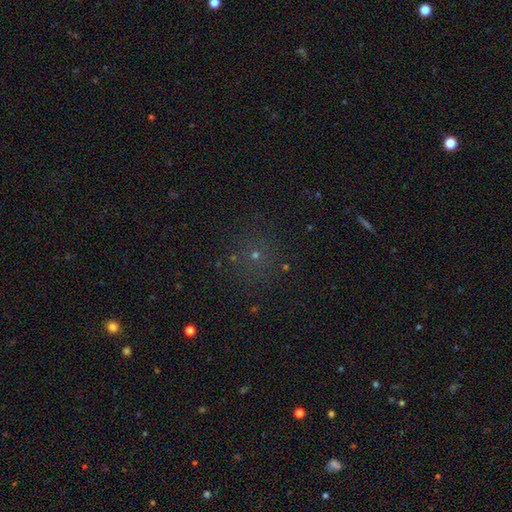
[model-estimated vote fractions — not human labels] This appears to be a smooth galaxy with no disk features (49%). Merging: none (83%).